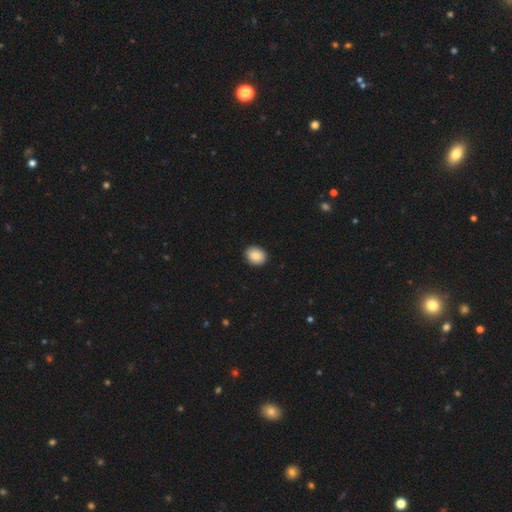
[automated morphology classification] This is clearly a smooth galaxy (86%). How rounded: possibly round (55%). Merging: clearly none (91%).